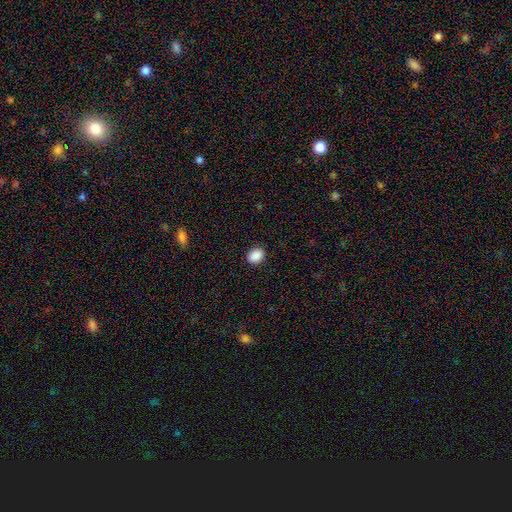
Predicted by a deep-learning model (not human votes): Smooth or featured: smooth — 89% (star or artifact — 8%)
How rounded: in between — 59% (round — 40%)
Merging: none — 90% (minor disturbance — 7%)